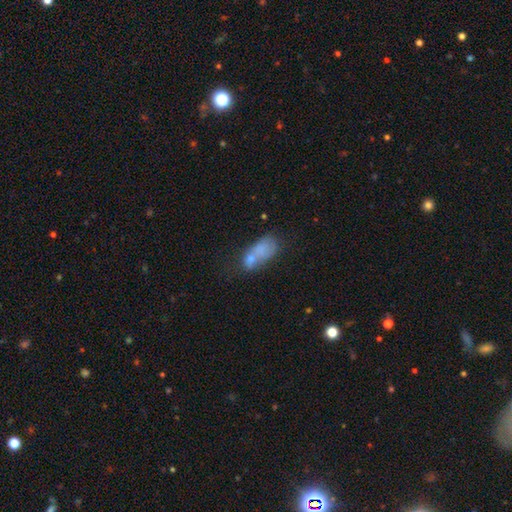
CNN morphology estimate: smooth_or_featured: smooth (p=0.62) [alt: featured or disk p=0.22]
how_rounded: in between (p=0.75) [alt: round p=0.14]
merging: merger (p=0.43) [alt: none p=0.31]